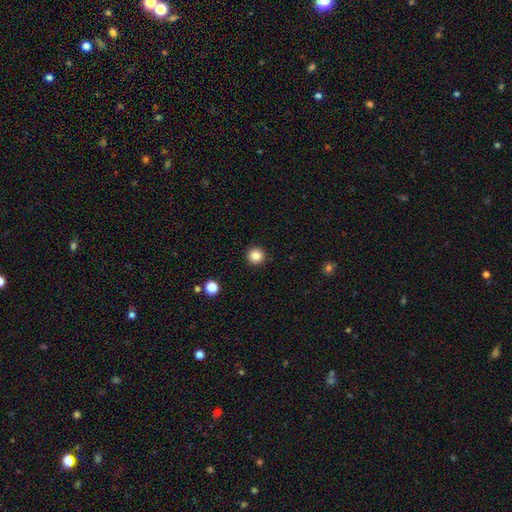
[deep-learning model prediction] Smooth or featured? Predicted: smooth (p=0.85). How rounded? Predicted: round (p=0.96). Merging? Predicted: none (p=0.93).